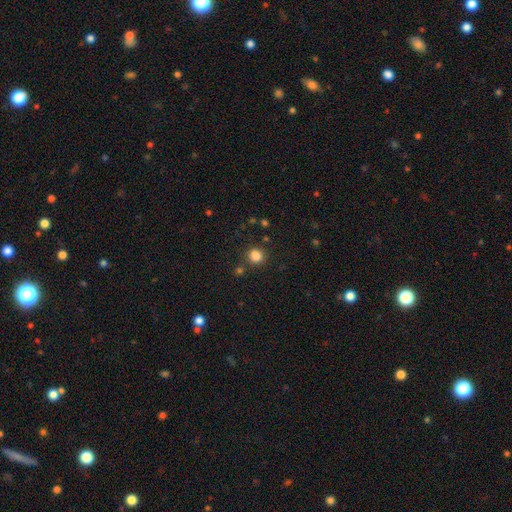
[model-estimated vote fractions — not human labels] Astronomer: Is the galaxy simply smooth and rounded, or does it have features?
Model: smooth — 83%.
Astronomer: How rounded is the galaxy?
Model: round — 81%.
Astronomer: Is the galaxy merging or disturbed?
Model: none — 81%.